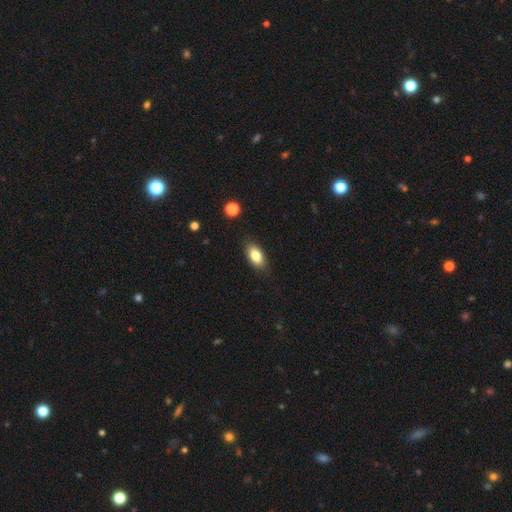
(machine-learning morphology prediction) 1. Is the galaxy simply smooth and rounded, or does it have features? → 82% smooth, 10% featured or disk, 8% star or artifact.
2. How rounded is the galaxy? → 89% in between, 6% cigar-shaped, 5% round.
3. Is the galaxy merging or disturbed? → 85% none, 11% minor disturbance, 3% major disturbance, 1% merger.